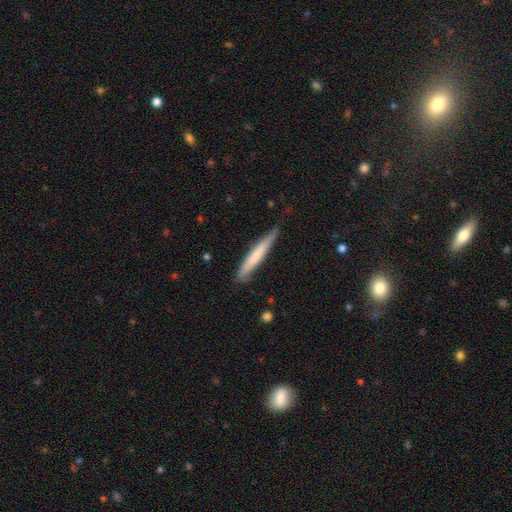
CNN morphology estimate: This is likely a smooth galaxy (67%). How rounded: clearly cigar-shaped (95%). Merging: likely none (78%).